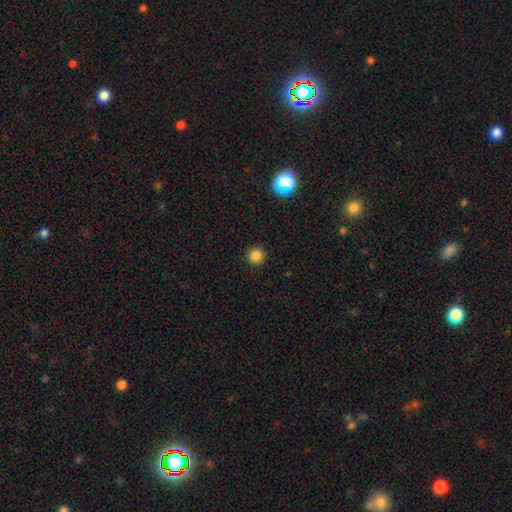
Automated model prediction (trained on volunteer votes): Q: Smooth or featured?
A: smooth (83%); runner-up: star or artifact (13%)
Q: How rounded?
A: round (96%); runner-up: in between (3%)
Q: Merging?
A: none (93%); runner-up: minor disturbance (5%)